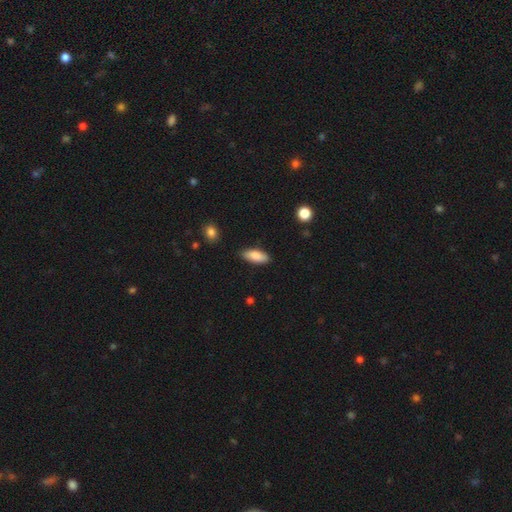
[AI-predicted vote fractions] Morphology: type=smooth (86%); roundness=in between (78%); merging=none (85%).